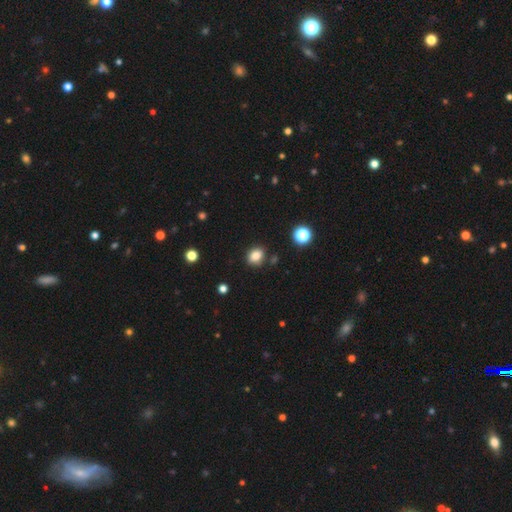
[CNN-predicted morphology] Smooth or featured? smooth (83%)
How rounded? round (57%)
Merging? none (83%)